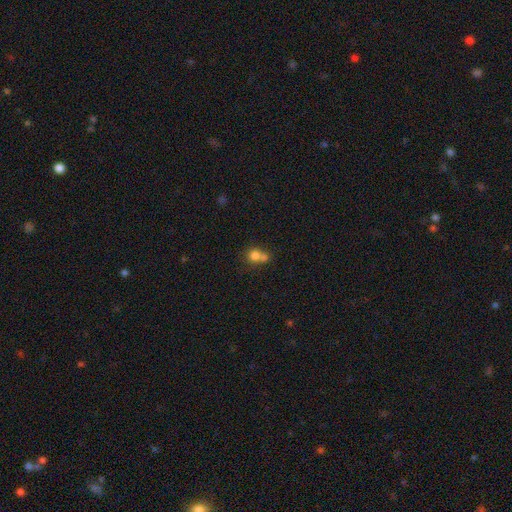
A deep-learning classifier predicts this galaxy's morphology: Smooth or featured?
  - smooth: 75% *
  - featured or disk: 13%
  - star or artifact: 12%
How rounded?
  - round: 74% *
  - in between: 24%
  - cigar-shaped: 1%
Merging?
  - merger: 54% *
  - none: 31%
  - minor disturbance: 9%
  - major disturbance: 5%